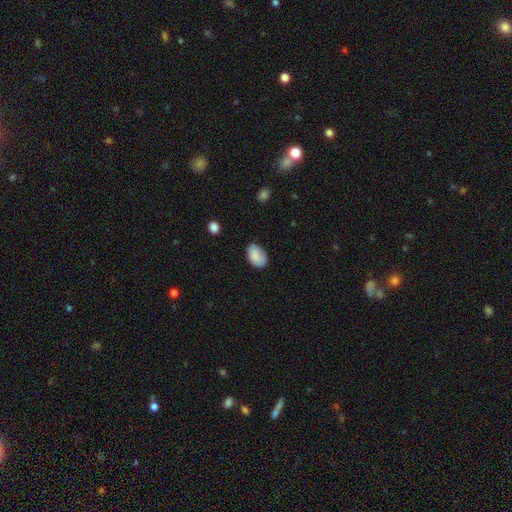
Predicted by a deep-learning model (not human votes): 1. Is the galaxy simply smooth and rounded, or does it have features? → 87% smooth, 7% star or artifact, 6% featured or disk.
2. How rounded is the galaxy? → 89% in between, 10% round, 1% cigar-shaped.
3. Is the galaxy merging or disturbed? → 76% none, 19% minor disturbance, 4% major disturbance, 2% merger.